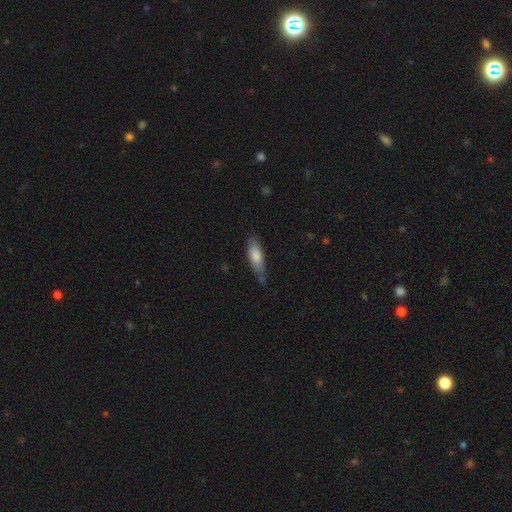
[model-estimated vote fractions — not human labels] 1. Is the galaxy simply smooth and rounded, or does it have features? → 73% smooth, 21% featured or disk, 6% star or artifact.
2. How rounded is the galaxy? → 55% cigar-shaped, 43% in between, 2% round.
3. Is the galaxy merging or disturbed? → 68% none, 25% minor disturbance, 4% major disturbance, 2% merger.